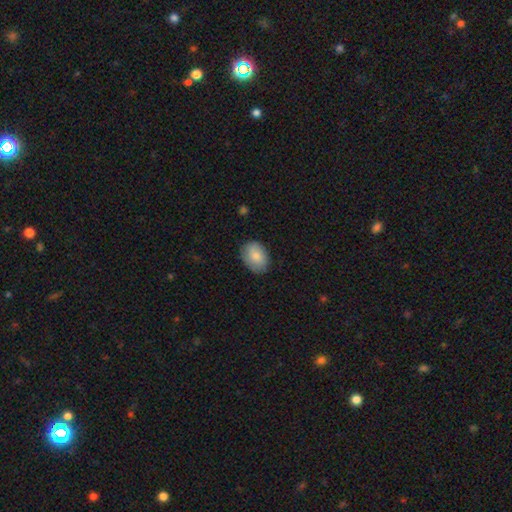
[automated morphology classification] This is clearly a smooth galaxy (83%). How rounded: likely in between (77%). Merging: clearly none (81%).